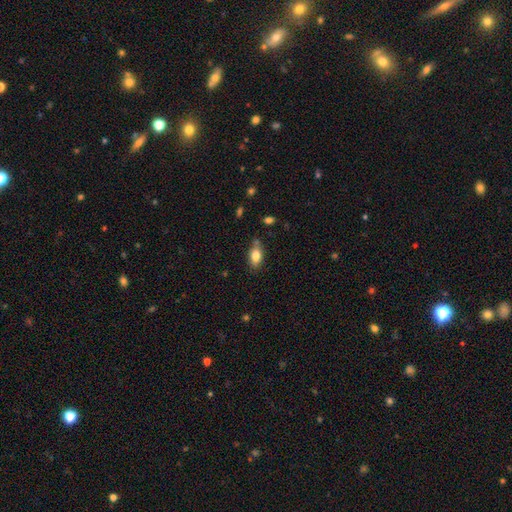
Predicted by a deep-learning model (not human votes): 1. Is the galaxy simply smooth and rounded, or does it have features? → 81% smooth, 11% featured or disk, 8% star or artifact.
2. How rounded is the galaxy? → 88% in between, 8% round, 4% cigar-shaped.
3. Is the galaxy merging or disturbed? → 75% none, 17% minor disturbance, 5% merger, 3% major disturbance.